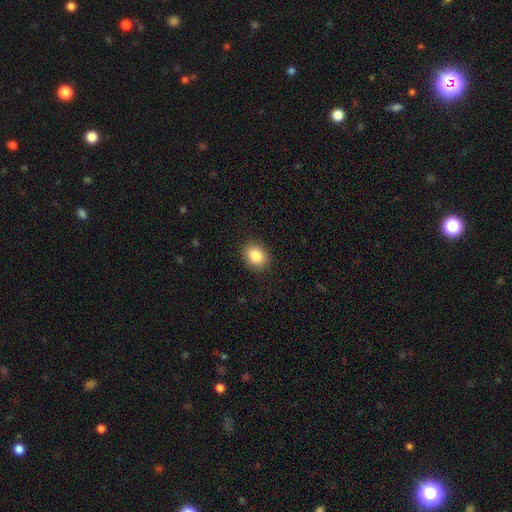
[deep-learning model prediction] A smooth galaxy with no disk features (84%) that is round (57%).

Vote fractions:
- Smooth or featured? smooth: 84% / star or artifact: 9% / featured or disk: 6%
- How rounded? round: 57% / in between: 42% / cigar-shaped: 1%
- Merging? none: 90% / minor disturbance: 7% / major disturbance: 2% / merger: 1%